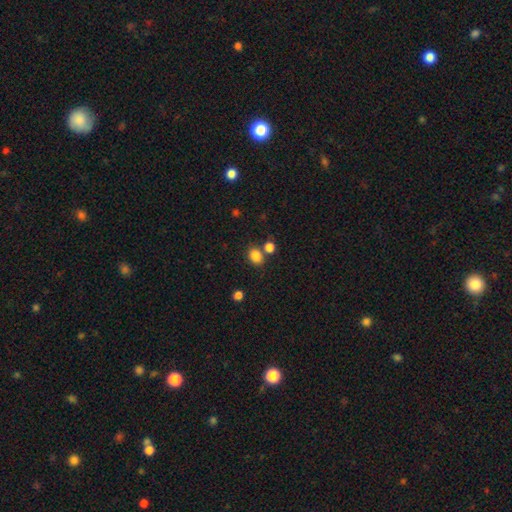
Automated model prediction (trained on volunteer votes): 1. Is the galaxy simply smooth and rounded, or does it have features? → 84% smooth, 11% star or artifact, 5% featured or disk.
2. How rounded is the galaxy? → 51% round, 48% in between, 1% cigar-shaped.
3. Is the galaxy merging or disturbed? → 68% none, 18% merger, 10% minor disturbance, 3% major disturbance.